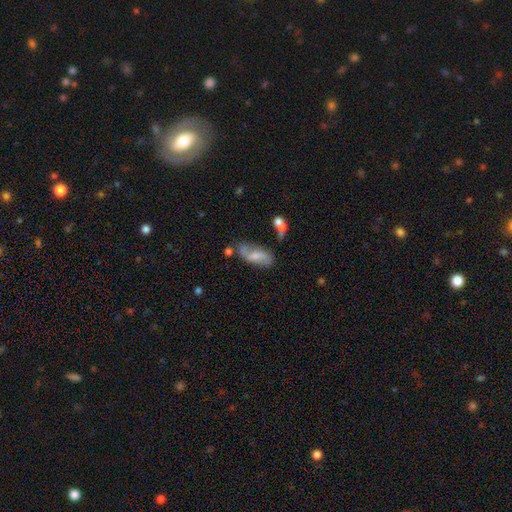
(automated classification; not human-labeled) A featured or disk galaxy (53%). Merging: none (56%).